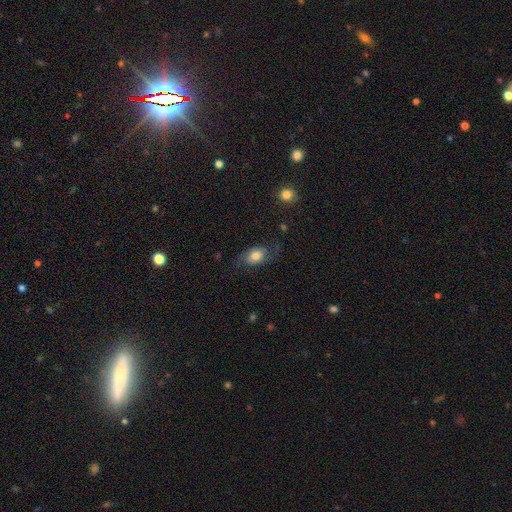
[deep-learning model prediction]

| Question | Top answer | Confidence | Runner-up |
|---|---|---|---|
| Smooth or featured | smooth | 66% | featured or disk (26%) |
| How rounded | in between | 82% | round (15%) |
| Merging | none | 62% | minor disturbance (23%) |